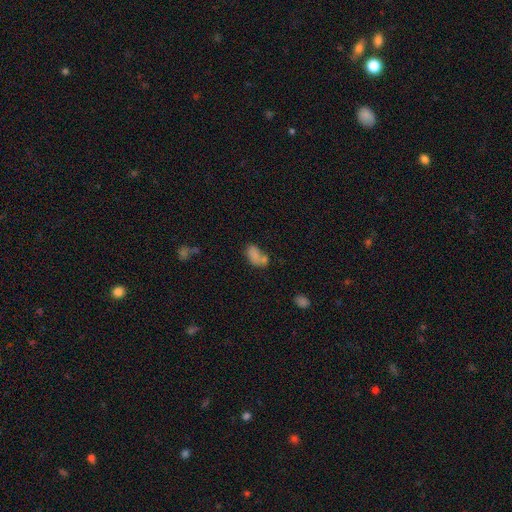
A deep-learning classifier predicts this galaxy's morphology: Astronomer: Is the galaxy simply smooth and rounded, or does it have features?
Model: smooth — 76%.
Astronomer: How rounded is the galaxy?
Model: in between — 87%.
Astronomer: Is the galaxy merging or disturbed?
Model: merger — 41% (runner-up: none, 32%).